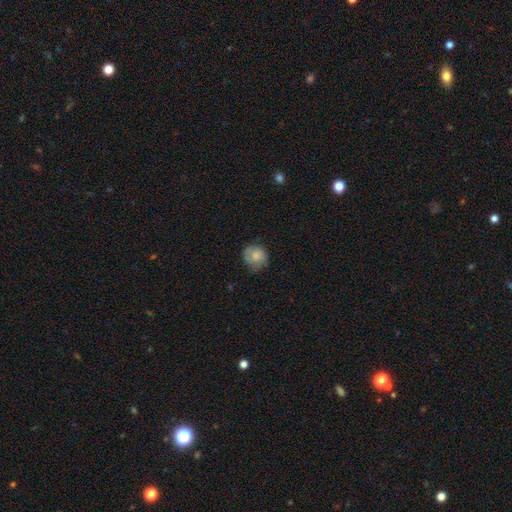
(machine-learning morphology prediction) This is likely a smooth galaxy (74%). How rounded: clearly round (85%). Merging: likely none (66%).